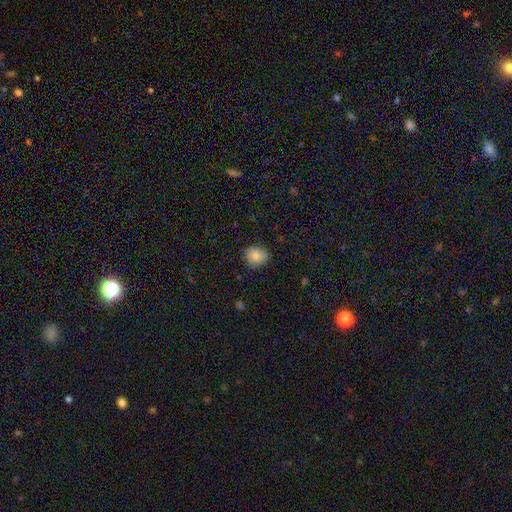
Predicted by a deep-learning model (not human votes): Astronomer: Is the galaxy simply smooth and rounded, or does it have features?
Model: smooth — 82%.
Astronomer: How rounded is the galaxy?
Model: round — 79%.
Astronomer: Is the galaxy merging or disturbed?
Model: none — 83%.